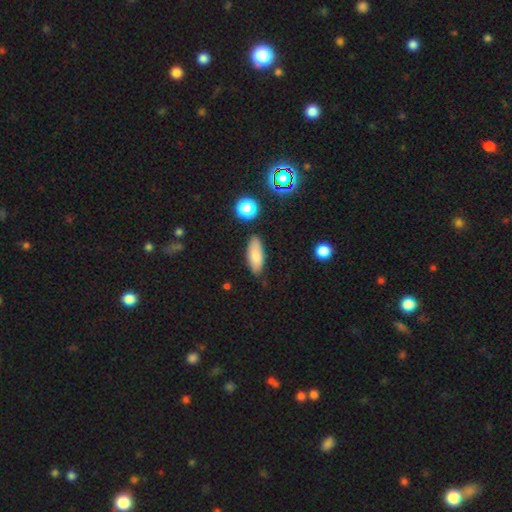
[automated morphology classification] type=smooth (83%); roundness=in between (75%); merging=none (83%).